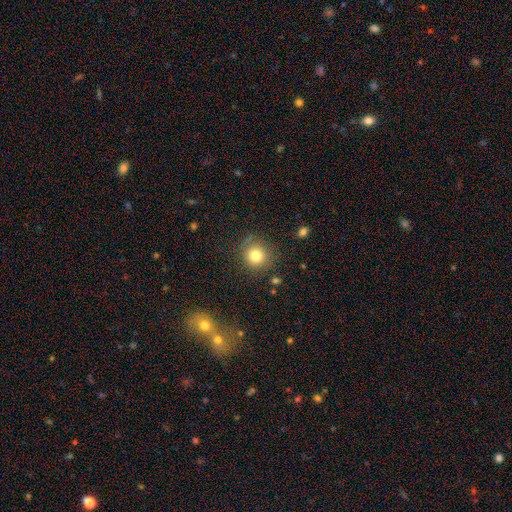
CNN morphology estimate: Overall: smooth (79%). How rounded: round (91%). Merging: none (82%).